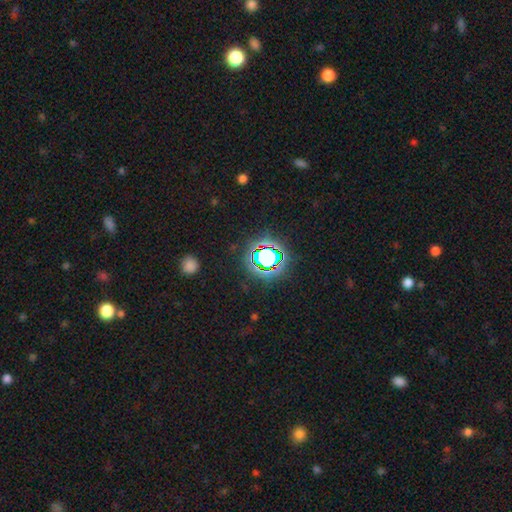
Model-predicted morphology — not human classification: This appears to be a star or artifact, not a galaxy (79%).